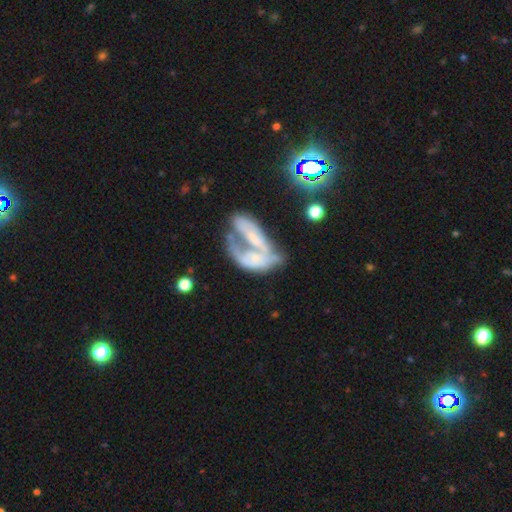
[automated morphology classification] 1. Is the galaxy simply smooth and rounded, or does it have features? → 58% featured or disk, 31% smooth, 10% star or artifact.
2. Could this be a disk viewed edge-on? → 92% no, 8% yes.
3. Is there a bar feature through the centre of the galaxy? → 76% no, 14% weak, 10% strong.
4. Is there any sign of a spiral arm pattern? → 70% no, 30% yes.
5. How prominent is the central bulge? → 49% none, 24% small, 18% moderate, 6% large, 3% dominant.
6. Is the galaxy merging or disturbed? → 51% merger, 27% major disturbance, 12% none, 10% minor disturbance.